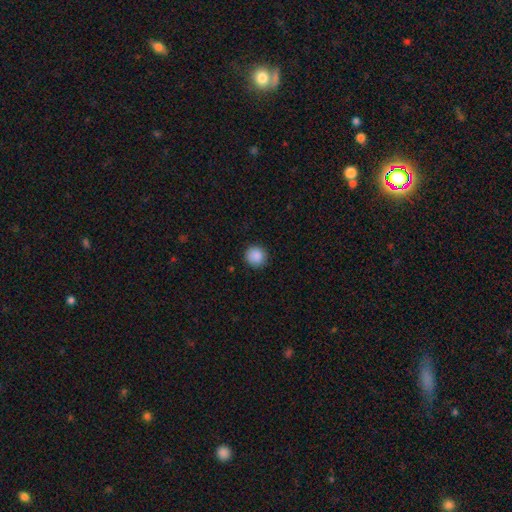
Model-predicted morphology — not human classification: Smooth or featured? Predicted: smooth (p=0.88). How rounded? Predicted: round (p=0.94). Merging? Predicted: none (p=0.89).